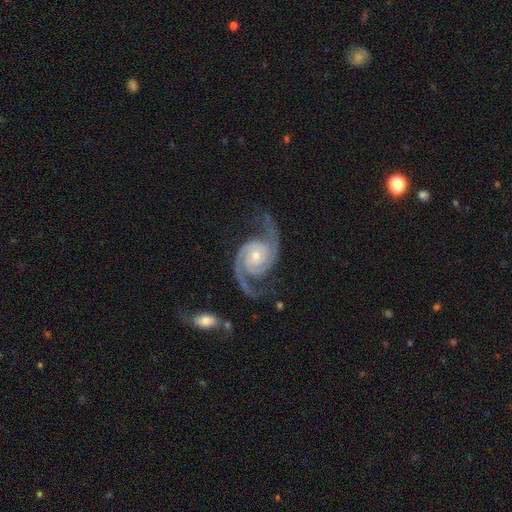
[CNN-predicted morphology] This is clearly a featured or disk galaxy (93%). It is clearly not viewed edge-on (98%). Bar: likely no (69%). Spiral arm pattern: clearly yes (99%). Spiral arm count: clearly 2 (93%). Spiral winding: possibly medium (54%). Central bulge: likely small (61%). Merging: likely none (71%).